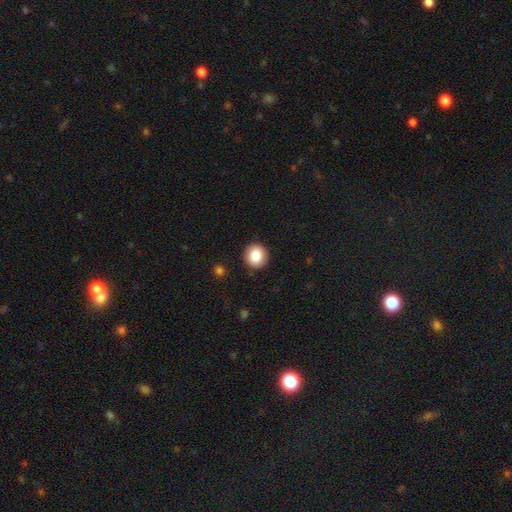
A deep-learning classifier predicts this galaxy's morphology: smooth-or-featured: smooth: 85% | star or artifact: 8% | featured or disk: 7%
  how-rounded: round: 89% | in between: 10% | cigar-shaped: 1%
  merging: none: 91% | minor disturbance: 6% | major disturbance: 2% | merger: 1%